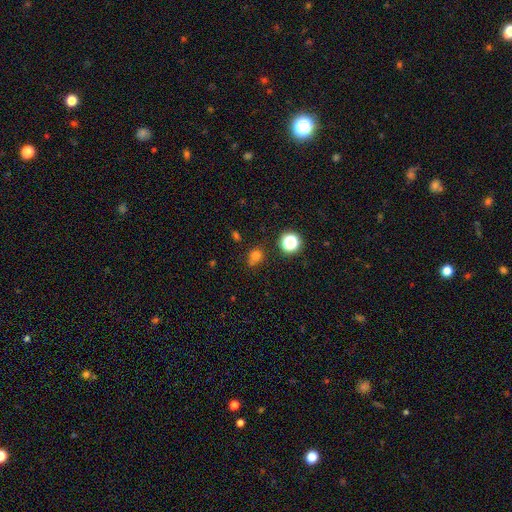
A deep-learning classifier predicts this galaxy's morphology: smooth-or-featured: smooth: 72% | star or artifact: 21% | featured or disk: 6%
  how-rounded: round: 77% | in between: 22% | cigar-shaped: 1%
  merging: none: 64% | minor disturbance: 16% | merger: 14% | major disturbance: 5%